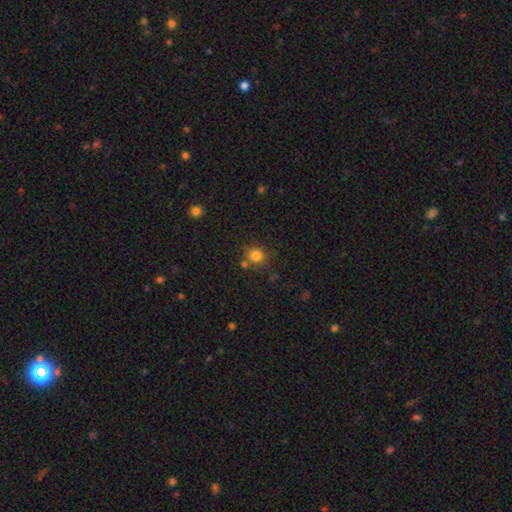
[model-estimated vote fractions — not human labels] This appears to be a smooth galaxy with no disk features (80%) that is round (80%). Merging: none (72%).